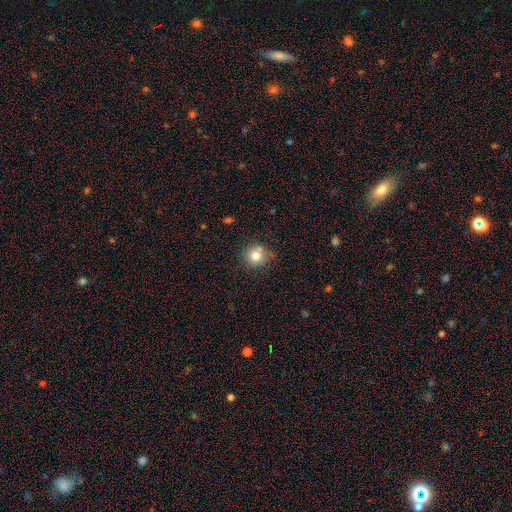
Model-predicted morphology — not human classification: This appears to be a smooth galaxy with no disk features (79%) that is round (89%). Merging: none (75%).